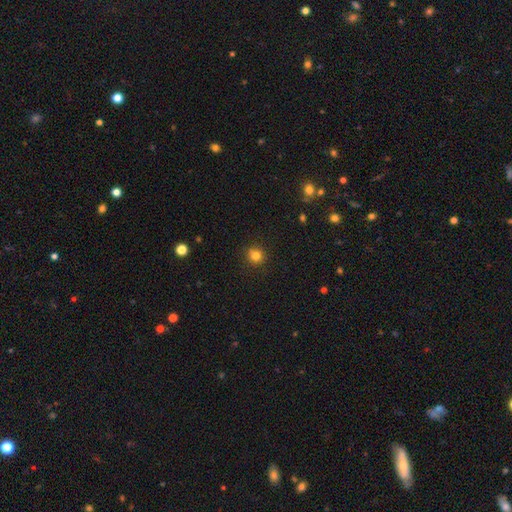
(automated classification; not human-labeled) Overall: smooth (80%). How rounded: round (90%). Merging: none (84%).